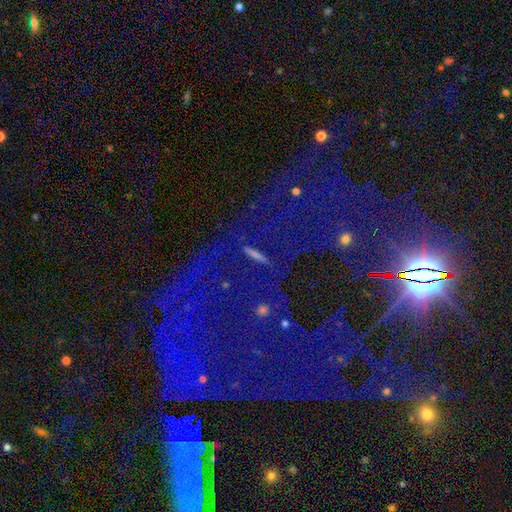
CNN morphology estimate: Overall: star or artifact (77%).